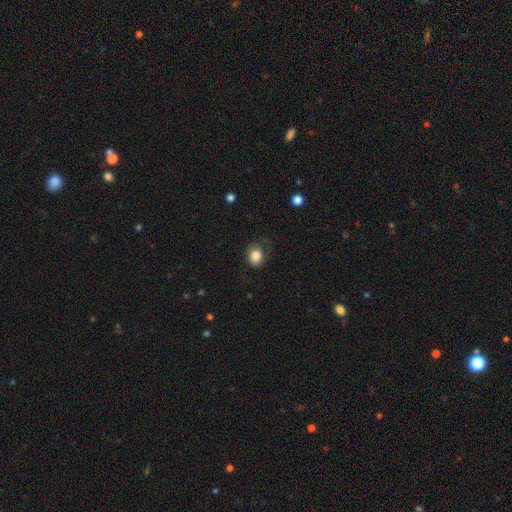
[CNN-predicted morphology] Overall: smooth (83%). How rounded: round (50%; in between 49%). Merging: none (64%).